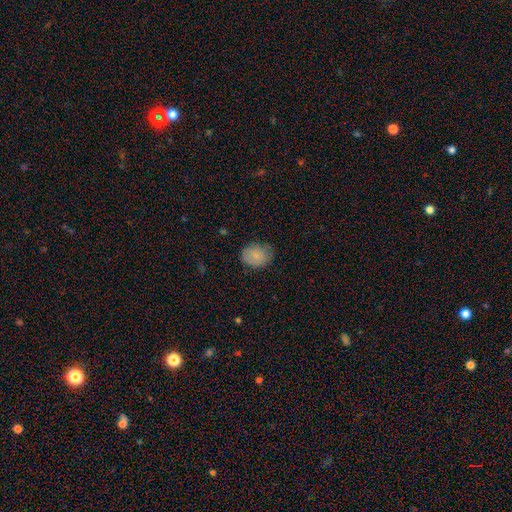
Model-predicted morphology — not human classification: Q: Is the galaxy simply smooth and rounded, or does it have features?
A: smooth — 79%.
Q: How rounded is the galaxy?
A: in between — 52%.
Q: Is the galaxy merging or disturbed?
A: none — 70%.